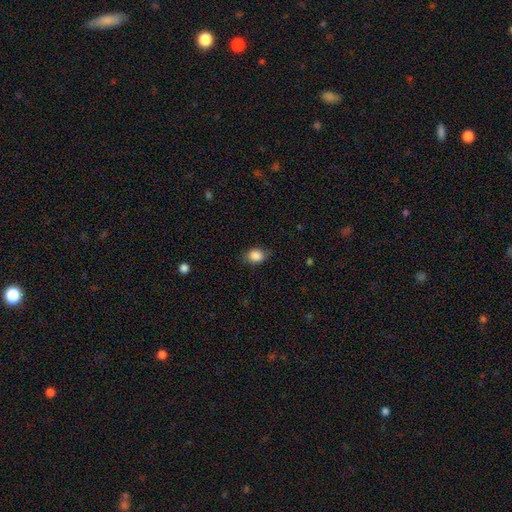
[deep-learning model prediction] This is clearly a smooth galaxy (87%). How rounded: possibly in between (59%). Merging: likely none (74%).